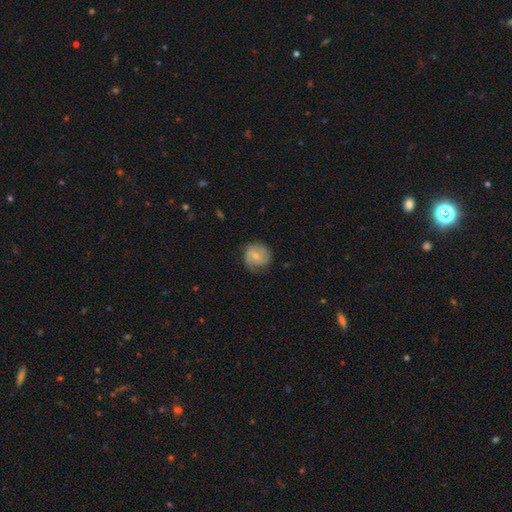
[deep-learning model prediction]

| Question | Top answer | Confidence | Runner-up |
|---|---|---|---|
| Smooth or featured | smooth | 51% | featured or disk (43%) |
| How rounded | round | 88% | in between (11%) |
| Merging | none | 70% | minor disturbance (22%) |